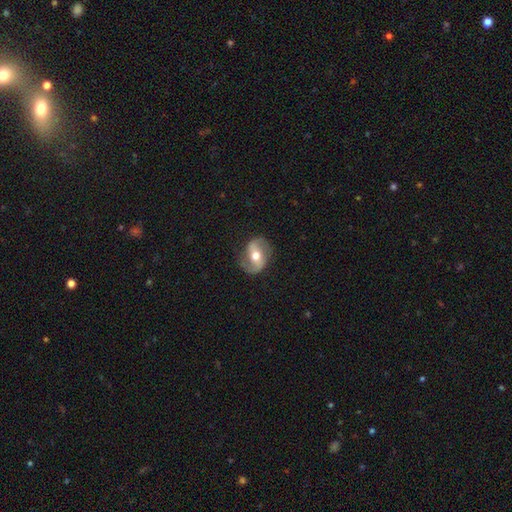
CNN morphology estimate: This is likely a featured or disk galaxy (78%). It is clearly not viewed edge-on (96%). Bar: marginally weak (38%). Spiral arm pattern: clearly yes (89%). Spiral arm count: clearly 2 (90%). Spiral winding: possibly loose (45%). Central bulge: likely moderate (75%). Merging: likely none (80%).